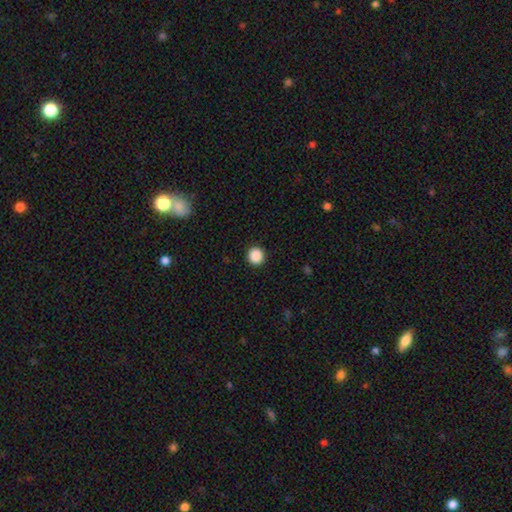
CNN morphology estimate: Smooth or featured: smooth — 89% (star or artifact — 9%)
How rounded: round — 93% (in between — 6%)
Merging: none — 93% (minor disturbance — 4%)